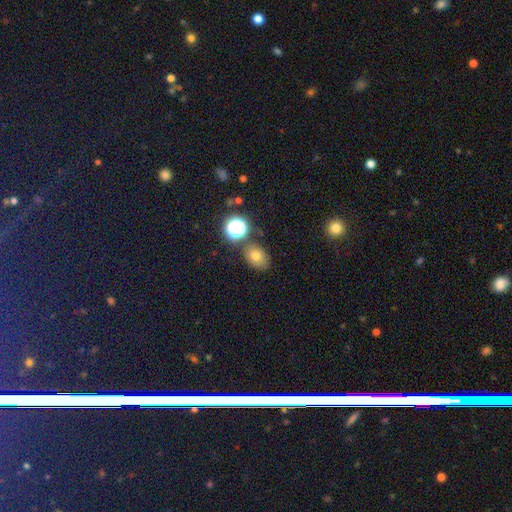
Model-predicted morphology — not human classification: Smooth or featured? smooth (70%)
How rounded? in between (66%)
Merging? none (75%)